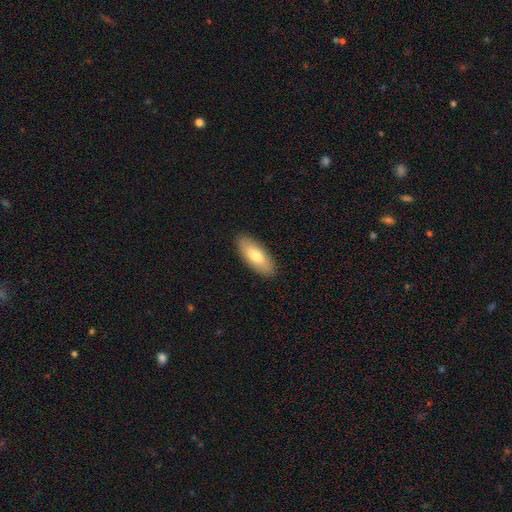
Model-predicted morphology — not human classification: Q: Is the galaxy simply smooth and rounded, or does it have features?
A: smooth — 75%.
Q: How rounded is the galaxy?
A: in between — 81%.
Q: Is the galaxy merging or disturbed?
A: none — 89%.